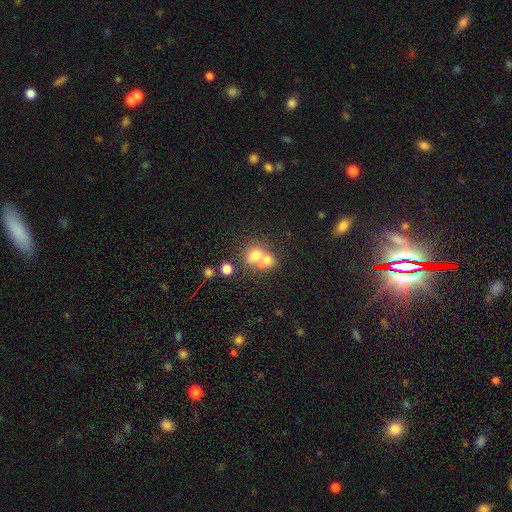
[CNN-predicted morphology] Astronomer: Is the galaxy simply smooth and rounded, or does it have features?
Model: smooth — 66%.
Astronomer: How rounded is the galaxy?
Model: round — 70%.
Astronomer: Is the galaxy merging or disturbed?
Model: merger — 59%.